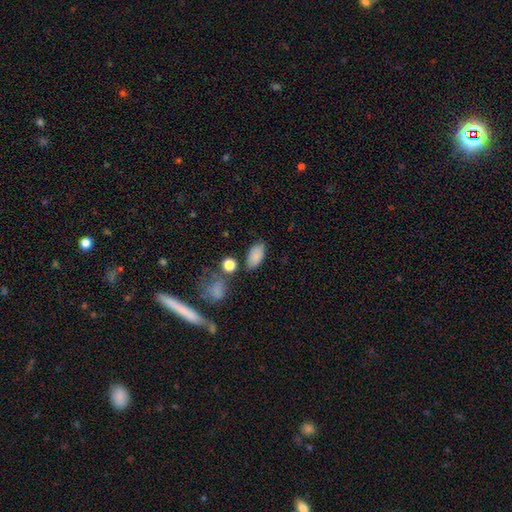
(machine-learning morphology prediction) This is clearly a smooth galaxy (84%). How rounded: clearly in between (92%). Merging: likely none (75%).